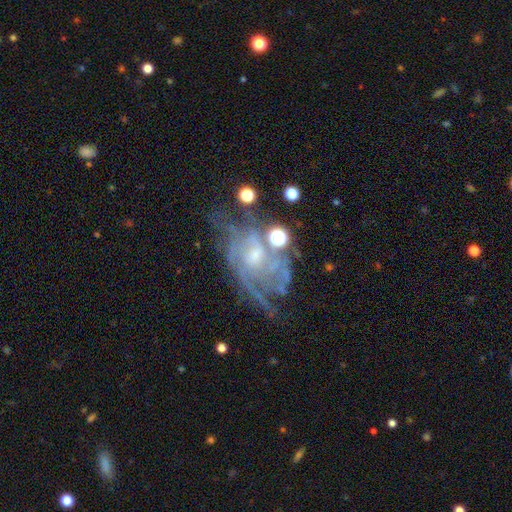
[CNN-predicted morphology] smooth-or-featured: featured or disk: 79% | star or artifact: 12% | smooth: 9%
  disk-edge-on: no: 96% | yes: 4%
    bar: no: 58% | weak: 35% | strong: 7%
    has-spiral-arms: yes: 84% | no: 16%
      spiral-winding: tight: 44% | medium: 39% | loose: 17%
      spiral-arm-count: can't tell: 45% | 2: 18% | 3: 16% | 4: 9% | 1: 6% | more than 4: 6%
    bulge-size: small: 52% | moderate: 33% | none: 11% | large: 3% | dominant: 1%
  merging: none: 46% | major disturbance: 25% | minor disturbance: 22% | merger: 8%